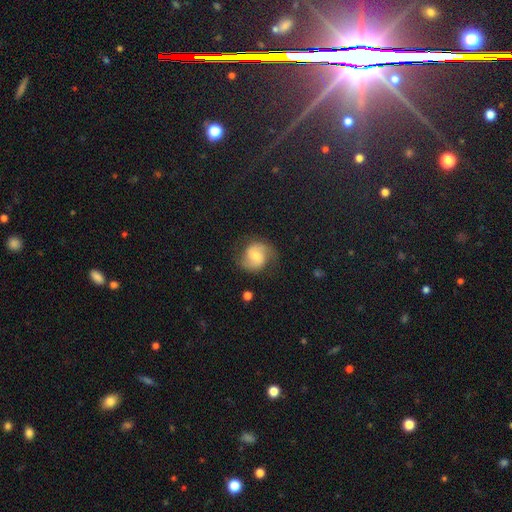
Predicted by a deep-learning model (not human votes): This appears to be a featured or disk galaxy (72%) with no bar (49%), 2 (90%) medium (50%) spiral arms (94%) and a moderate central bulge (47%). Merging: none (76%).